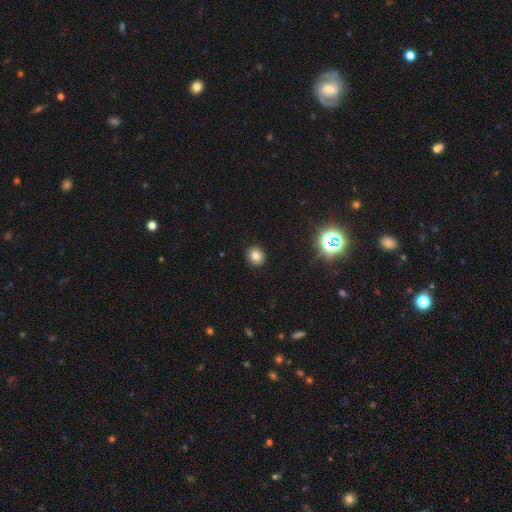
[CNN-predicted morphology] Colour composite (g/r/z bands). It shows a smooth galaxy with no disk features (79%) that is round (79%). Merging: none (91%).